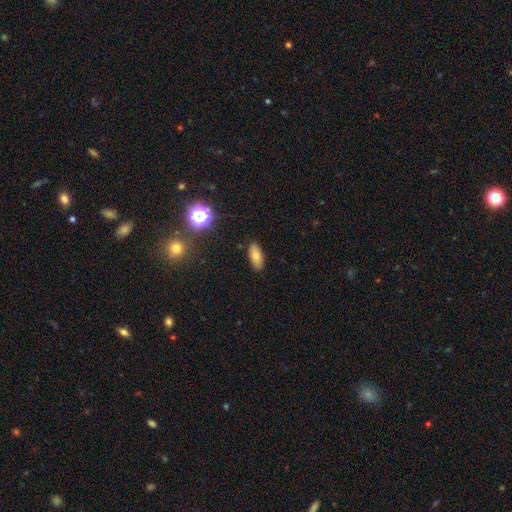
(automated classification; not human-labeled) Overall: smooth (74%). How rounded: in between (87%). Merging: none (87%).